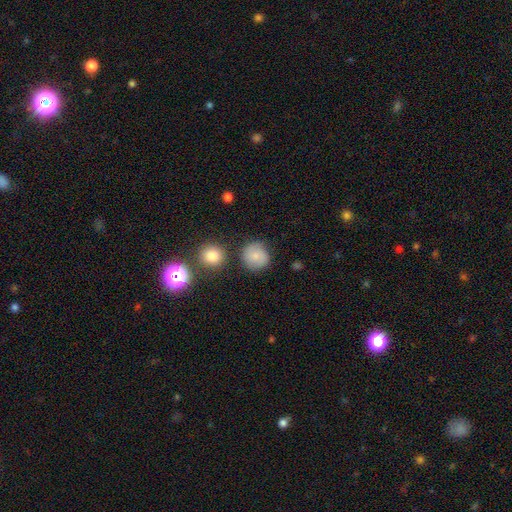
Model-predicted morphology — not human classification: smooth 74%, featured or disk 15%, star or artifact 10%. Down the decision tree: how rounded — round (91%); merging — none (77%).